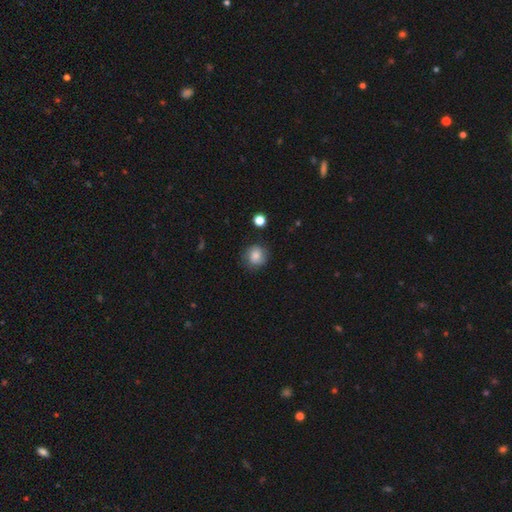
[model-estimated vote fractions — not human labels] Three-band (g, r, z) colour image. It shows a smooth galaxy with no disk features (80%) that is round (83%). Merging: none (79%).